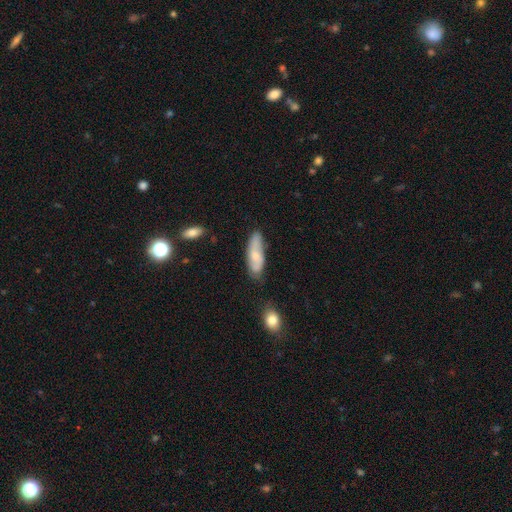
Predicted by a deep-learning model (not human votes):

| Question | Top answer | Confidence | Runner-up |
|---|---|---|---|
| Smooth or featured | smooth | 59% | featured or disk (34%) |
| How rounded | in between | 60% | cigar-shaped (38%) |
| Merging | none | 68% | minor disturbance (24%) |